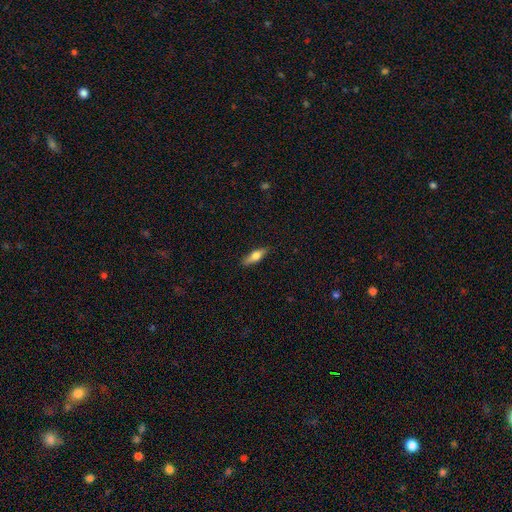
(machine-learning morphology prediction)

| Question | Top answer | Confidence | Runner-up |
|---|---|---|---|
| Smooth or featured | smooth | 64% | featured or disk (30%) |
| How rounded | in between | 49% | cigar-shaped (48%) |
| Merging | none | 86% | minor disturbance (11%) |